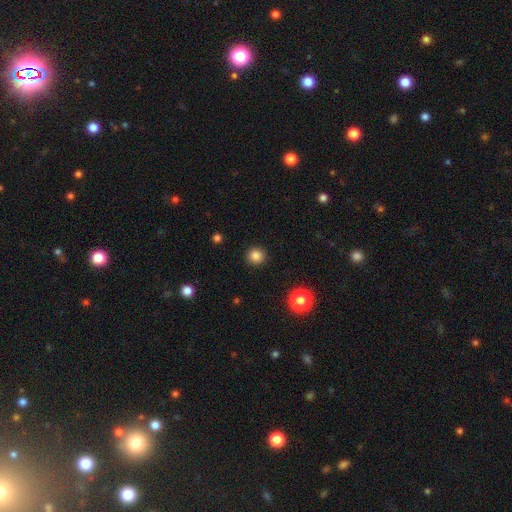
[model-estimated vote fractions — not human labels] smooth 84%, star or artifact 13%, featured or disk 4%. Down the decision tree: how rounded — round (93%); merging — none (91%).